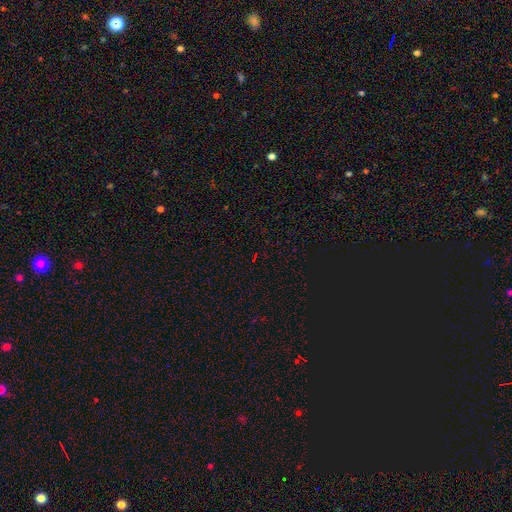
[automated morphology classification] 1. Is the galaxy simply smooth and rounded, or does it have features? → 76% star or artifact, 16% smooth, 7% featured or disk.